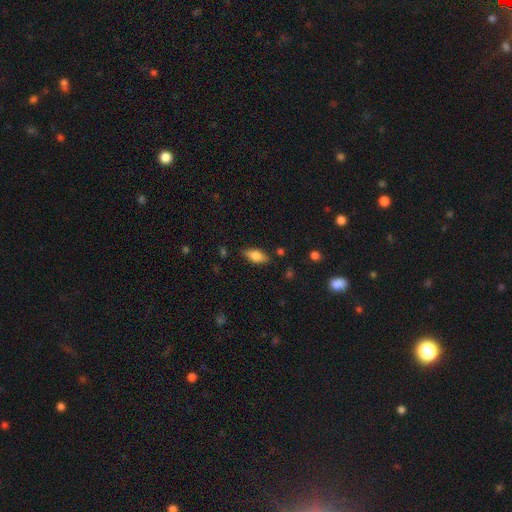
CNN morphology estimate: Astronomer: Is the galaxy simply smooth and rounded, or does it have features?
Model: smooth — 78%.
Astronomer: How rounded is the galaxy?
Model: in between — 84%.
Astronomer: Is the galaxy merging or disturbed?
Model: none — 83%.